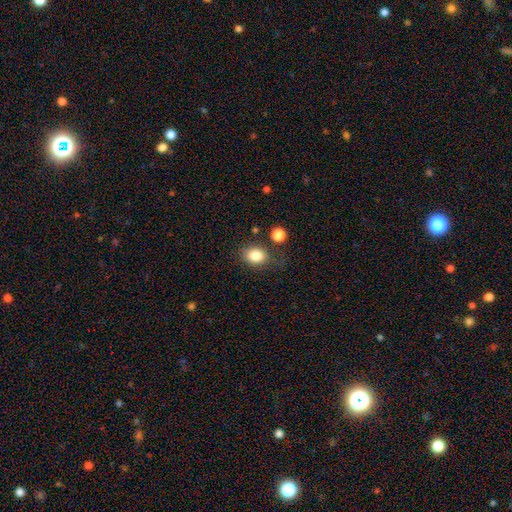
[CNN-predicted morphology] smooth-or-featured: smooth: 83% | star or artifact: 10% | featured or disk: 7%
  how-rounded: in between: 56% | round: 43% | cigar-shaped: 1%
  merging: none: 70% | minor disturbance: 17% | merger: 7% | major disturbance: 7%